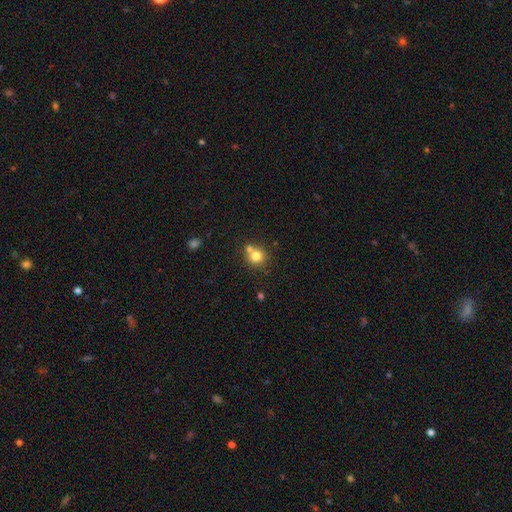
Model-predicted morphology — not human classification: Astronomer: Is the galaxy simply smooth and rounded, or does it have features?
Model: smooth — 77%.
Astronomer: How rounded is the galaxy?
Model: round — 89%.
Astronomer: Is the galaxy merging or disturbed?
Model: none — 54% (runner-up: merger, 36%).